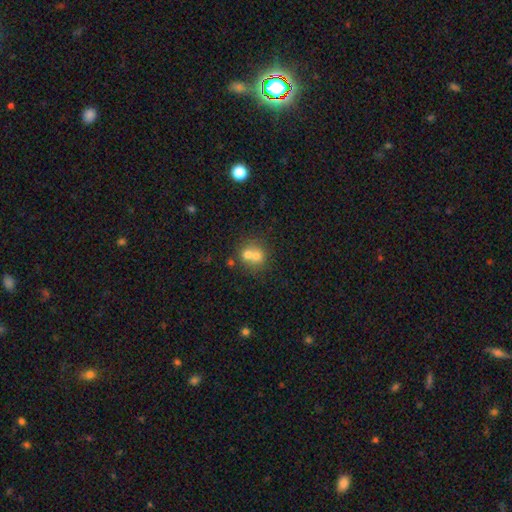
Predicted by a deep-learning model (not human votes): This appears to be a smooth galaxy with no disk features (65%) that is round (79%). Merging: merger (58%).